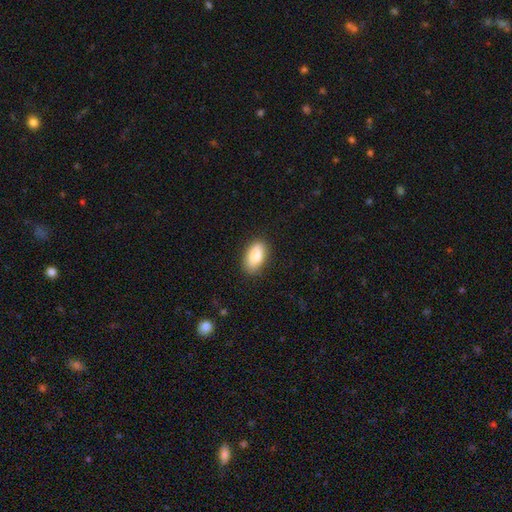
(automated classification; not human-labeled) This is clearly a smooth galaxy (85%). How rounded: clearly in between (92%). Merging: clearly none (84%).